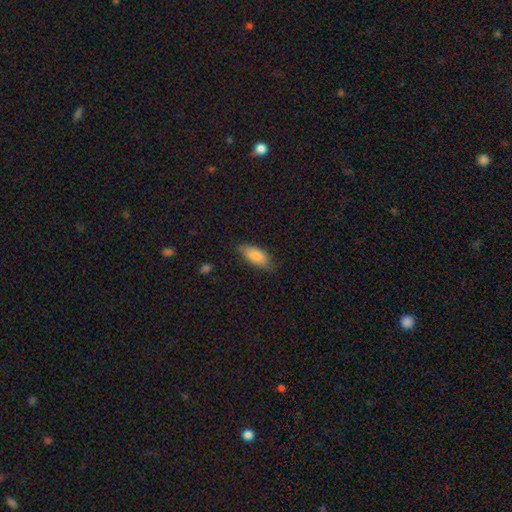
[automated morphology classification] Smooth or featured: smooth — 82% (featured or disk — 12%)
How rounded: in between — 82% (cigar-shaped — 16%)
Merging: none — 77% (minor disturbance — 19%)